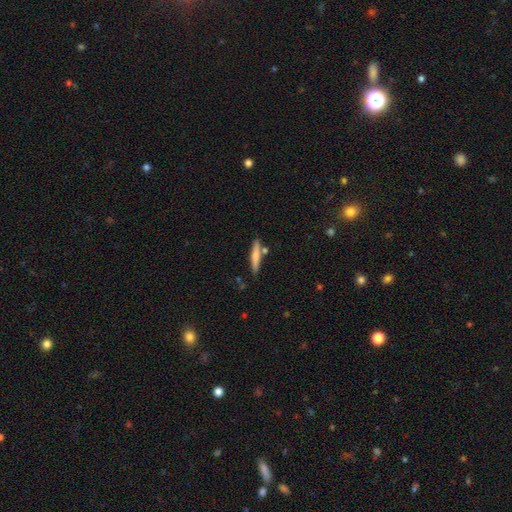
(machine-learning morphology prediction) Q: Smooth or featured?
A: smooth (61%); runner-up: featured or disk (33%)
Q: How rounded?
A: cigar-shaped (91%); runner-up: in between (7%)
Q: Merging?
A: none (80%); runner-up: minor disturbance (11%)